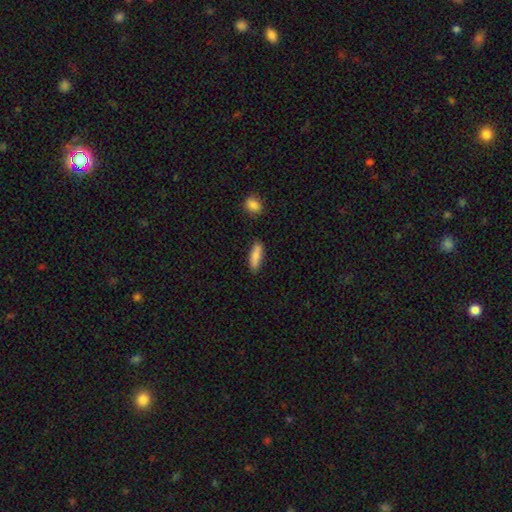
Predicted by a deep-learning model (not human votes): Smooth or featured?
  - smooth: 83% *
  - featured or disk: 10%
  - star or artifact: 6%
How rounded?
  - cigar-shaped: 52% *
  - in between: 46%
  - round: 2%
Merging?
  - none: 81% *
  - minor disturbance: 13%
  - merger: 3%
  - major disturbance: 3%